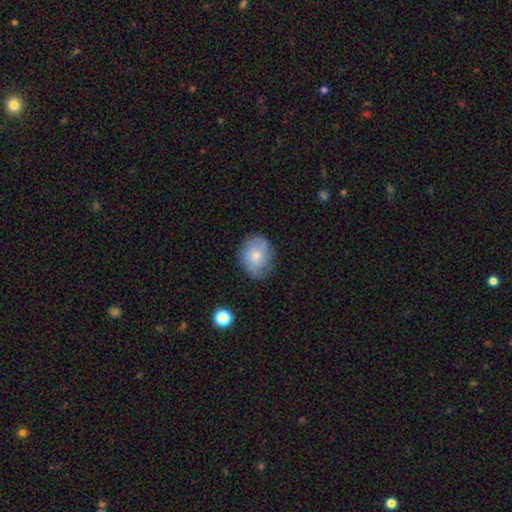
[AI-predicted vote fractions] Smooth or featured? Predicted: smooth (p=0.64). How rounded? Predicted: in between (p=0.53). Merging? Predicted: none (p=0.70).